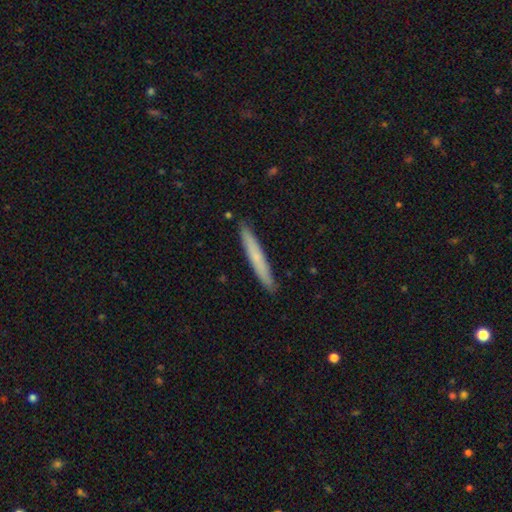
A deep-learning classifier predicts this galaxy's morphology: The model was most divided on "smooth or featured": smooth: 63%, featured or disk: 31%, star or artifact: 6%. More confident: how rounded — cigar-shaped (96%); merging — none (90%).